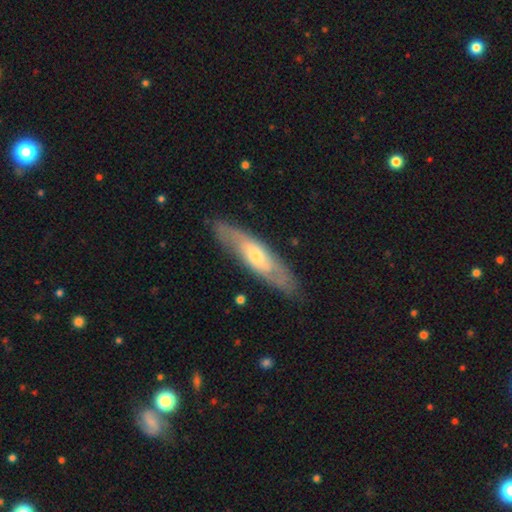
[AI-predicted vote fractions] smooth_or_featured: featured or disk (p=0.56) [alt: smooth p=0.39]
disk_edge_on: no (p=0.59) [alt: yes p=0.41]
merging: none (p=0.81) [alt: minor disturbance p=0.14]